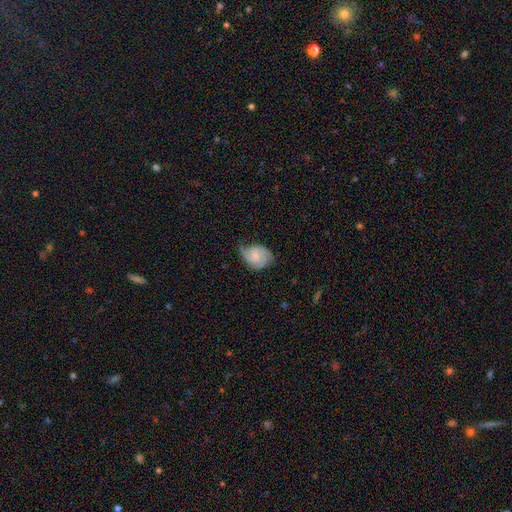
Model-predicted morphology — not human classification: This appears to be a featured or disk galaxy (63%) with no bar (53%), 2 (59%) medium (45%) spiral arms (92%) and a small central bulge (52%). Merging: none (48%).